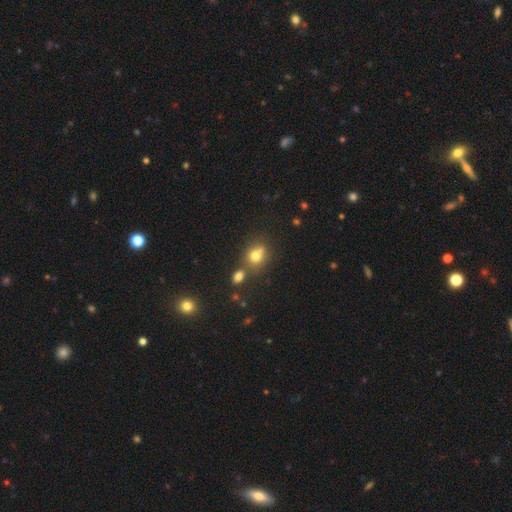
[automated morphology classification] A smooth galaxy with no disk features (74%) that is round (63%).

Vote fractions:
- Smooth or featured? smooth: 74% / star or artifact: 14% / featured or disk: 12%
- How rounded? round: 63% / in between: 36% / cigar-shaped: 1%
- Merging? none: 49% / merger: 32% / minor disturbance: 14% / major disturbance: 5%